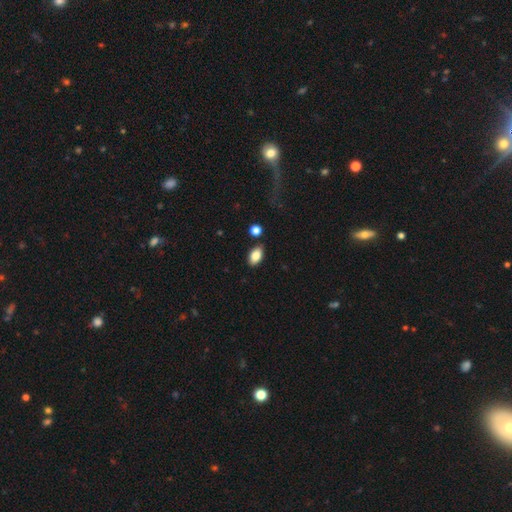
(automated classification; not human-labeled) Smooth or featured? Predicted: smooth (p=0.84). How rounded? Predicted: in between (p=0.91). Merging? Predicted: none (p=0.84).